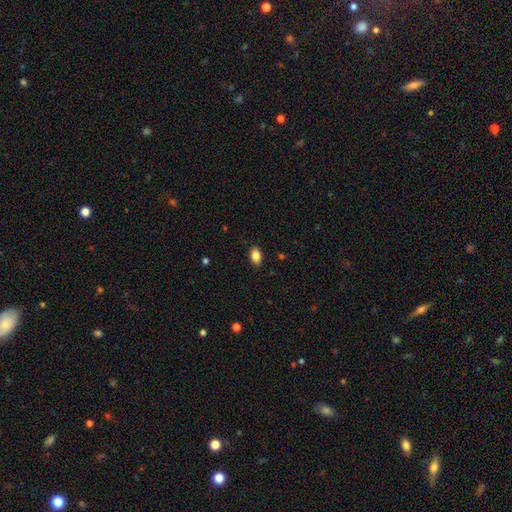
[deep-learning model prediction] This appears to be a smooth galaxy with no disk features (86%) that is in between round and cigar-shaped (88%). Merging: none (88%).